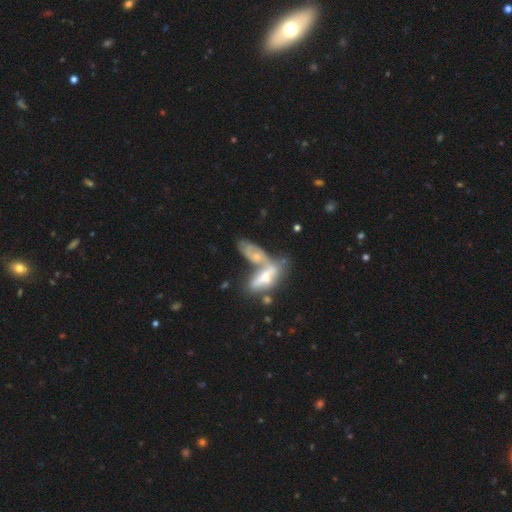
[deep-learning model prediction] Morphology: type=featured or disk (49%); merging=merger (63%).